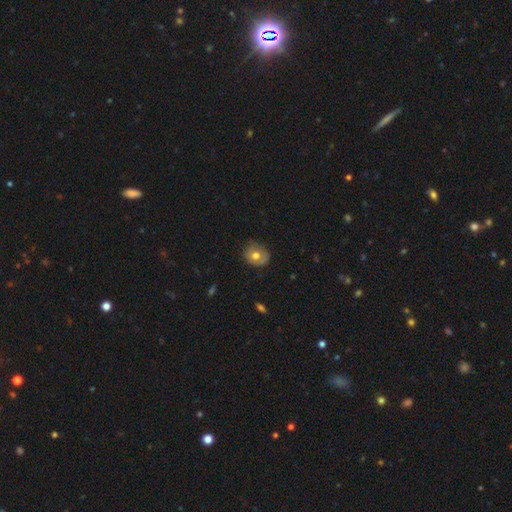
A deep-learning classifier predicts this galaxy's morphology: smooth 60%, featured or disk 32%, star or artifact 8%. Down the decision tree: how rounded — round (67%); merging — none (66%).